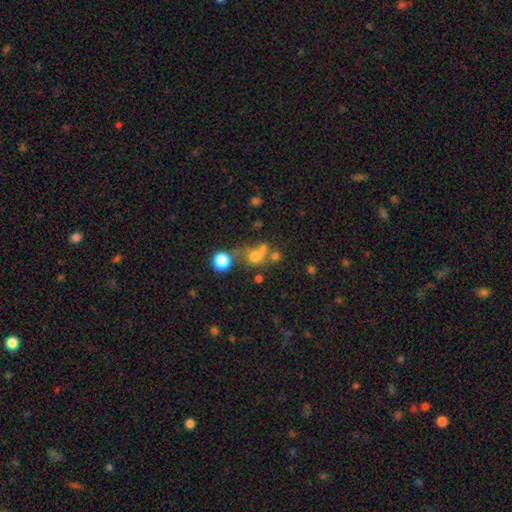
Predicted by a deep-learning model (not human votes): smooth_or_featured: smooth (p=0.62) [alt: star or artifact p=0.22]
how_rounded: round (p=0.69) [alt: in between p=0.28]
merging: none (p=0.37) [alt: merger p=0.36]